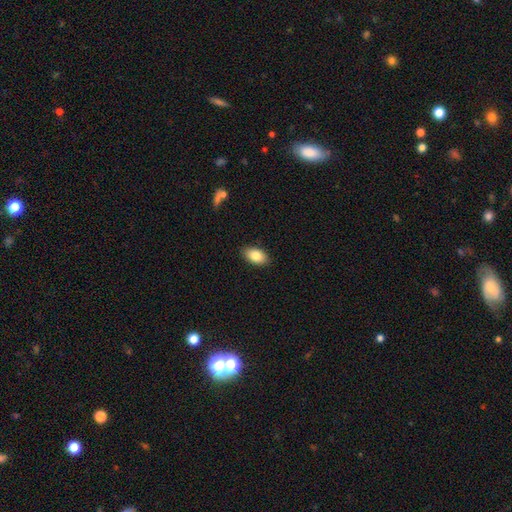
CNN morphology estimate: Q: Smooth or featured?
A: smooth (84%); runner-up: featured or disk (9%)
Q: How rounded?
A: in between (93%); runner-up: round (6%)
Q: Merging?
A: none (89%); runner-up: minor disturbance (8%)